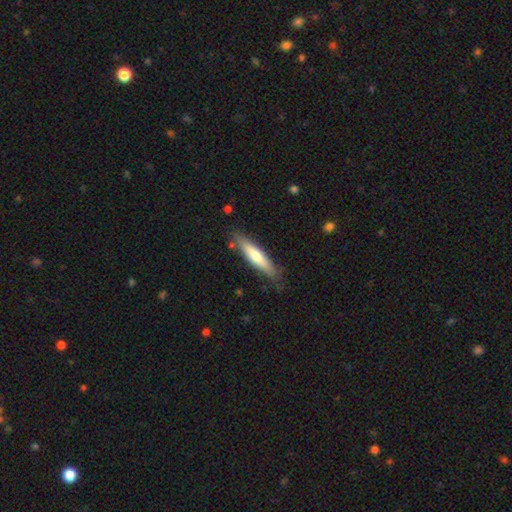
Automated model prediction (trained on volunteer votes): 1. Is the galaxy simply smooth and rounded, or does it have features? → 62% smooth, 33% featured or disk, 5% star or artifact.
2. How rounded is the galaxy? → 83% cigar-shaped, 16% in between, 1% round.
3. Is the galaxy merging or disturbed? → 82% none, 13% minor disturbance, 3% major disturbance, 2% merger.